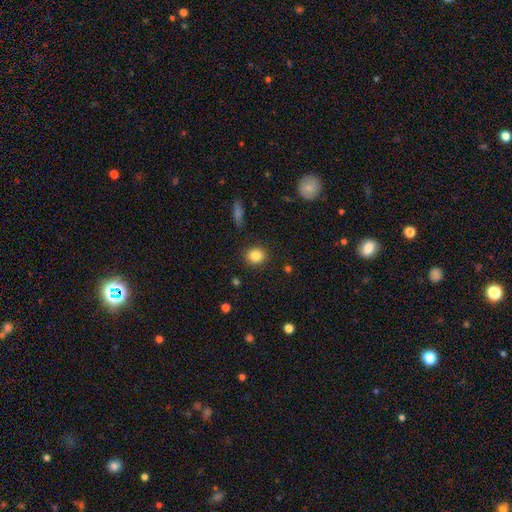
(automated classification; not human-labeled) A smooth galaxy with no disk features (84%) that is round (82%).

Vote fractions:
- Smooth or featured? smooth: 84% / star or artifact: 10% / featured or disk: 6%
- How rounded? round: 82% / in between: 17% / cigar-shaped: 1%
- Merging? none: 90% / minor disturbance: 7% / major disturbance: 2% / merger: 1%